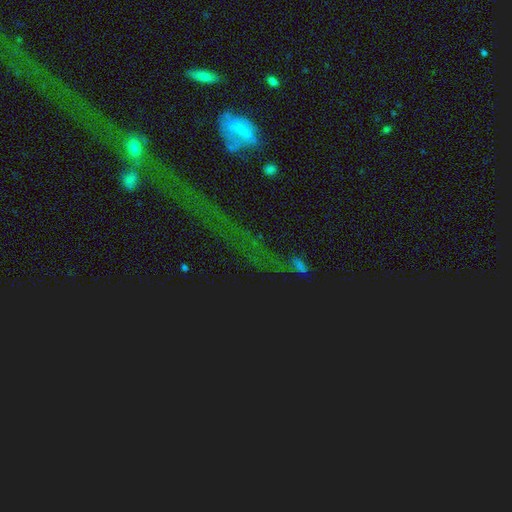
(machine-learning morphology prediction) The model was most divided on "smooth or featured": star or artifact: 76%, smooth: 13%, featured or disk: 11%.